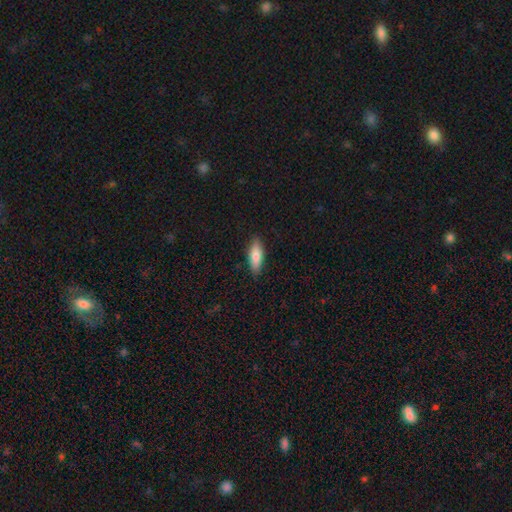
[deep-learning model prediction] Q: Smooth or featured?
A: smooth (79%); runner-up: featured or disk (15%)
Q: How rounded?
A: in between (66%); runner-up: cigar-shaped (32%)
Q: Merging?
A: none (88%); runner-up: minor disturbance (10%)